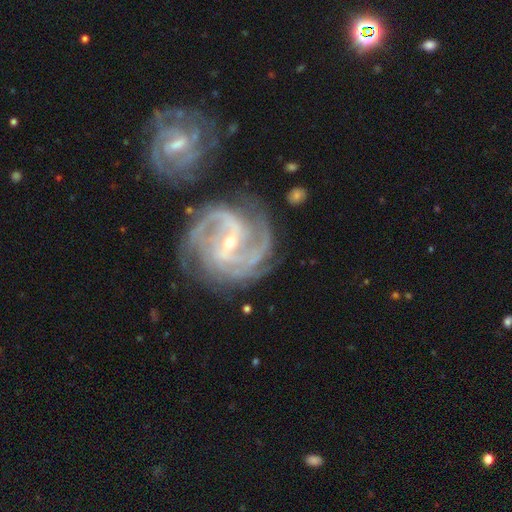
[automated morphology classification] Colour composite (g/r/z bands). It shows a featured or disk galaxy (92%) with a strong bar (47%), 2 (34%) tight (47%) spiral arms (98%) and a small central bulge (70%). Merging: none (69%).